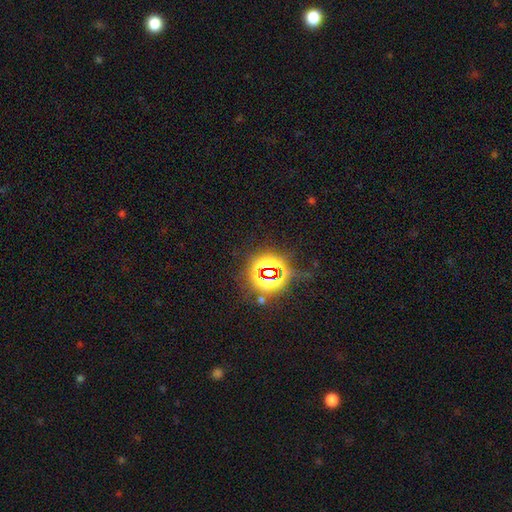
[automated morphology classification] smooth_or_featured: star or artifact (p=0.83) [alt: smooth p=0.10]